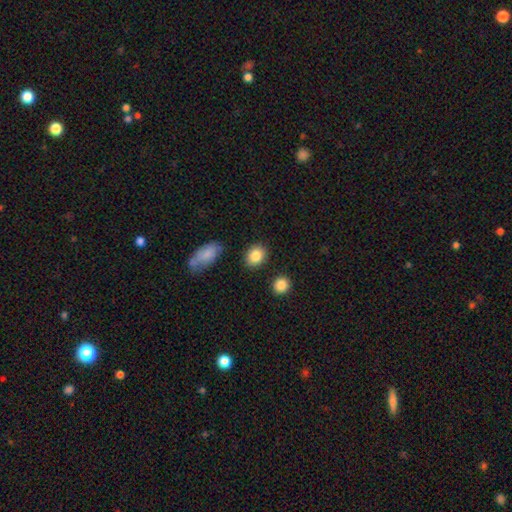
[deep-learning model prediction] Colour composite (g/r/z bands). It shows a smooth galaxy with no disk features (85%) that is in between round and cigar-shaped (50%). Merging: none (84%).